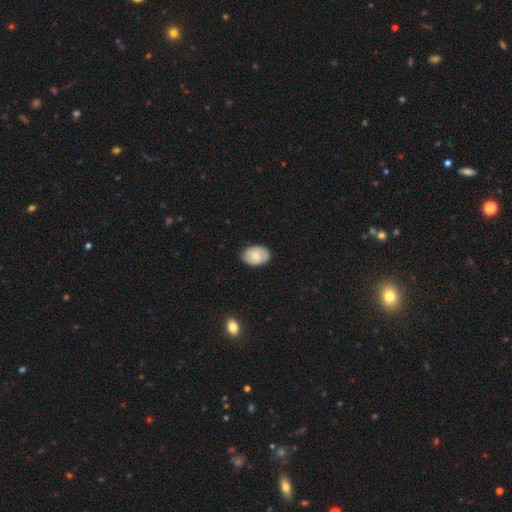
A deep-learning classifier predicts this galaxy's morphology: smooth-or-featured: smooth: 68% | featured or disk: 24% | star or artifact: 7%
  how-rounded: in between: 83% | round: 16% | cigar-shaped: 1%
  merging: none: 81% | minor disturbance: 15% | major disturbance: 3% | merger: 1%